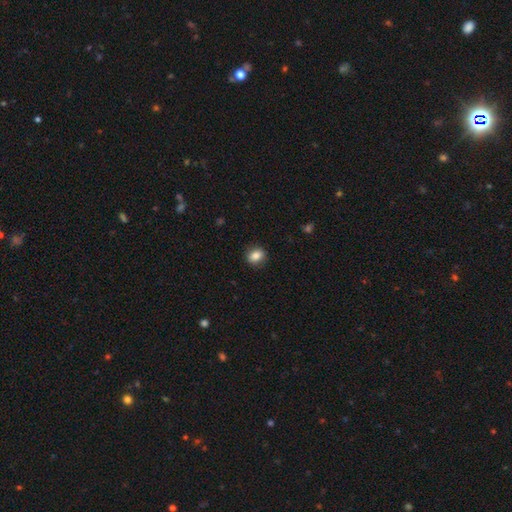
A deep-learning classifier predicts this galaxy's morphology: smooth 85%, star or artifact 9%, featured or disk 6%. Down the decision tree: how rounded — round (51%); merging — none (86%).